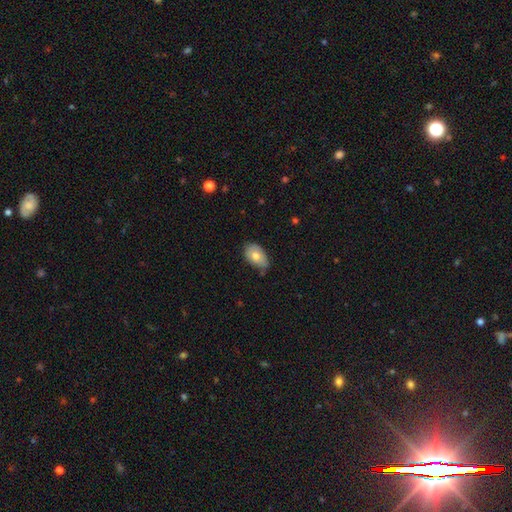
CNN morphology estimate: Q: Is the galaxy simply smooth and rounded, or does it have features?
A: smooth — 75%.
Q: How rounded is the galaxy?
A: in between — 90%.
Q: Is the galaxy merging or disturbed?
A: none — 61%.